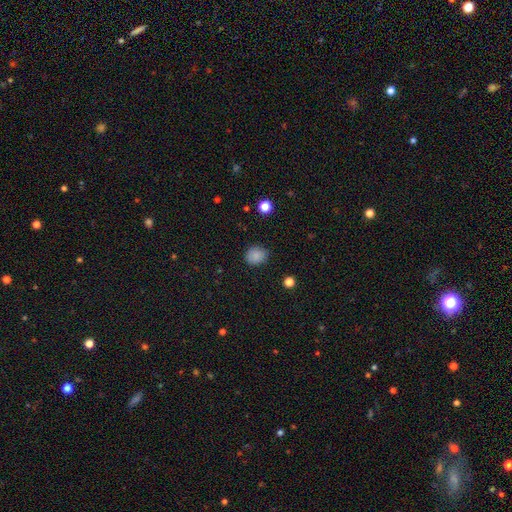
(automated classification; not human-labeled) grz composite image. It shows a smooth galaxy with no disk features (85%) that is round (72%). Merging: none (85%).